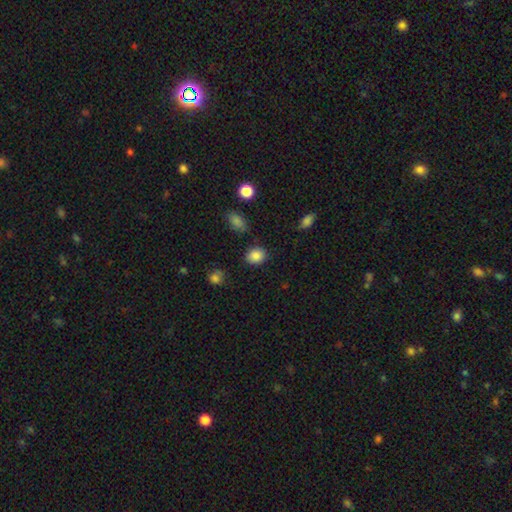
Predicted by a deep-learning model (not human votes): Q: Smooth or featured?
A: smooth (86%); runner-up: star or artifact (10%)
Q: How rounded?
A: round (58%); runner-up: in between (40%)
Q: Merging?
A: none (84%); runner-up: minor disturbance (11%)